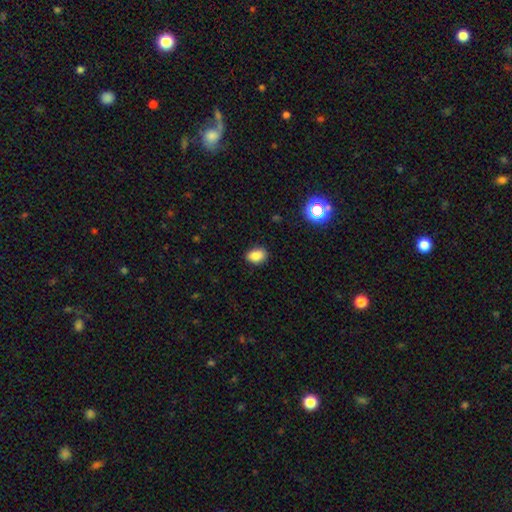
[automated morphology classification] smooth_or_featured: smooth (p=0.84) [alt: star or artifact p=0.11]
how_rounded: in between (p=0.77) [alt: round p=0.21]
merging: none (p=0.87) [alt: minor disturbance p=0.10]